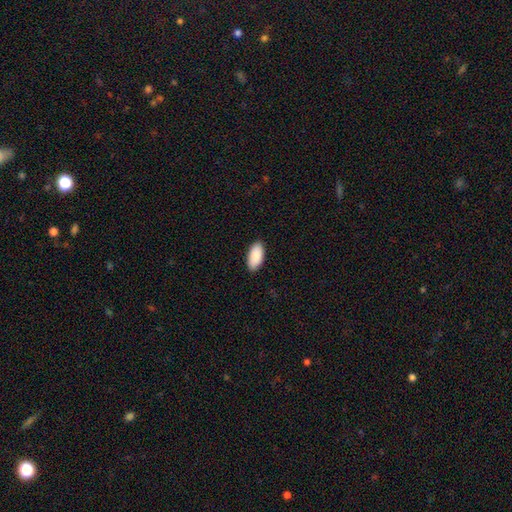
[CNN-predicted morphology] A smooth galaxy with no disk features (90%) that is in between round and cigar-shaped (95%). Merging: none (90%).